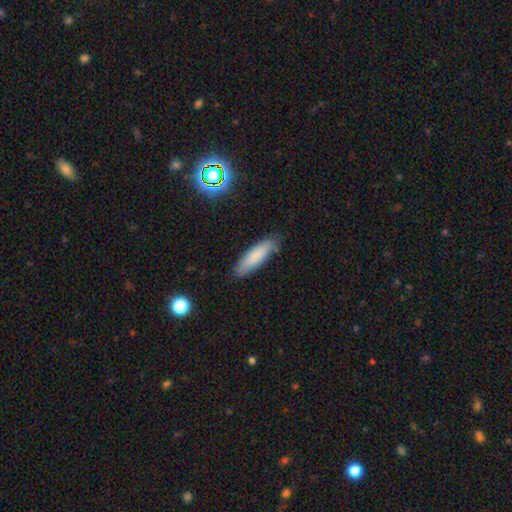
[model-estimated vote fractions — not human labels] This is clearly a smooth galaxy (81%). How rounded: possibly cigar-shaped (60%). Merging: clearly none (81%).